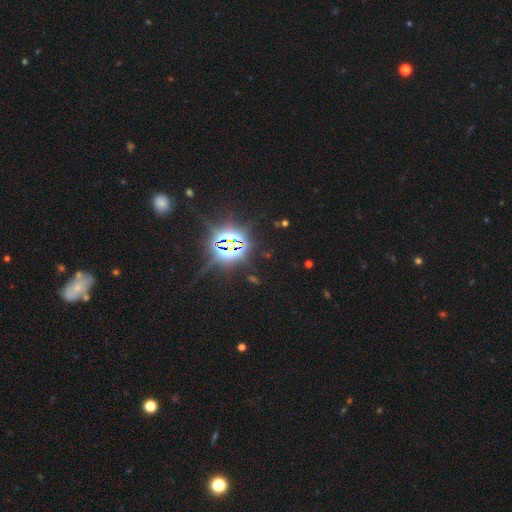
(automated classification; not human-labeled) Morphology: type=star or artifact (86%).